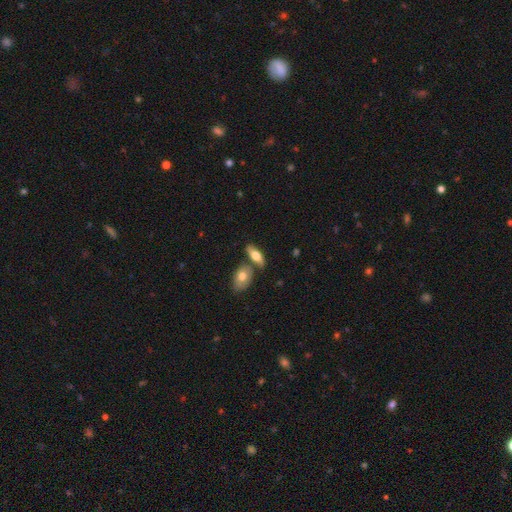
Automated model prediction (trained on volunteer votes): The model was most divided on "smooth or featured": smooth: 62%, featured or disk: 32%, star or artifact: 6%. More confident: how rounded — in between (78%); merging — none (58%).